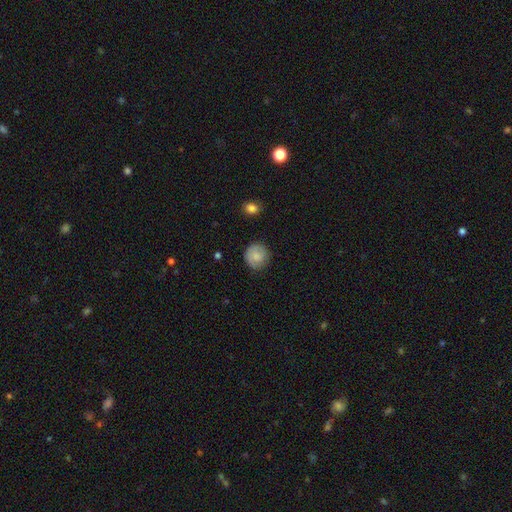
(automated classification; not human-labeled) smooth_or_featured: smooth (p=0.77) [alt: featured or disk p=0.15]
how_rounded: round (p=0.90) [alt: in between p=0.09]
merging: none (p=0.81) [alt: minor disturbance p=0.14]